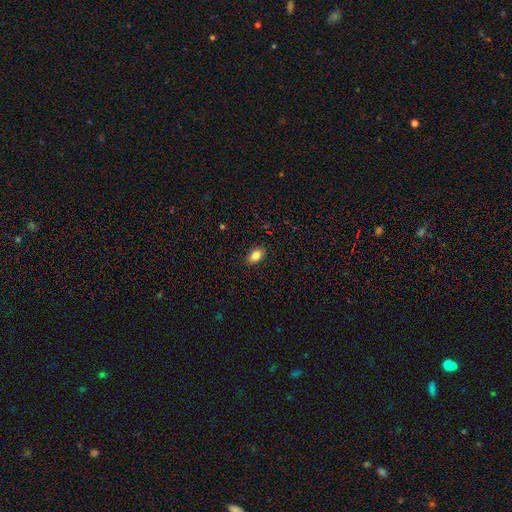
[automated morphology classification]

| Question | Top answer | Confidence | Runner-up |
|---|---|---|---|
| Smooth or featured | smooth | 85% | star or artifact (9%) |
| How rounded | in between | 87% | round (11%) |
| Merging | none | 88% | minor disturbance (9%) |